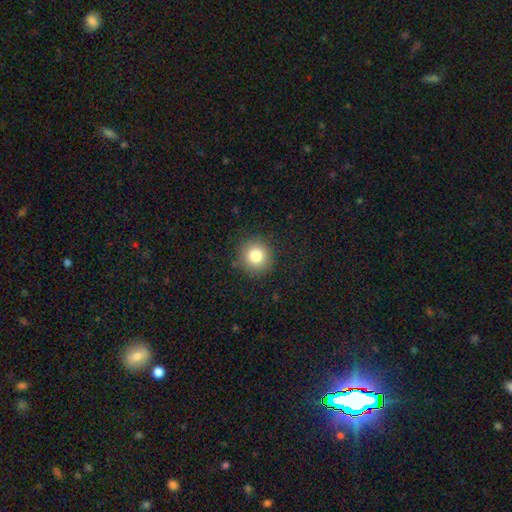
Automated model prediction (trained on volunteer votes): smooth 81%, star or artifact 11%, featured or disk 8%. Down the decision tree: how rounded — round (93%); merging — none (89%).